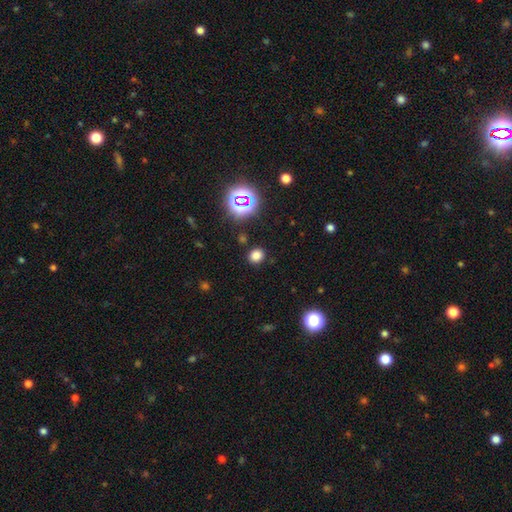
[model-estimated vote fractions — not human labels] Q: Smooth or featured?
A: smooth (75%); runner-up: star or artifact (20%)
Q: How rounded?
A: round (74%); runner-up: in between (25%)
Q: Merging?
A: none (87%); runner-up: minor disturbance (7%)